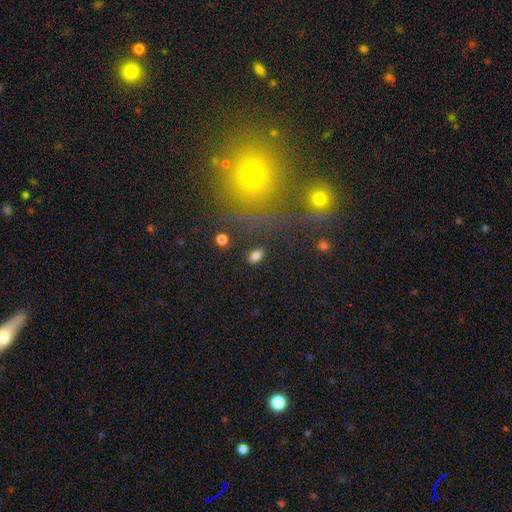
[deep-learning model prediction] A smooth galaxy with no disk features (81%) that is in between round and cigar-shaped (87%). Merging: none (86%).